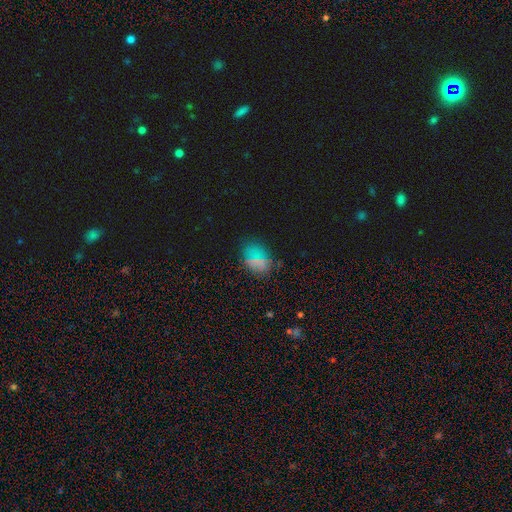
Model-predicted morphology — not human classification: type=smooth (59%); roundness=in between (62%); merging=none (80%).